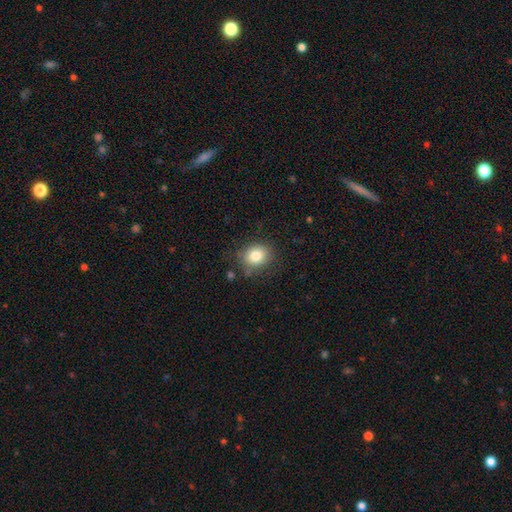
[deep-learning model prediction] A smooth galaxy with no disk features (81%) that is round (67%). Merging: none (81%).